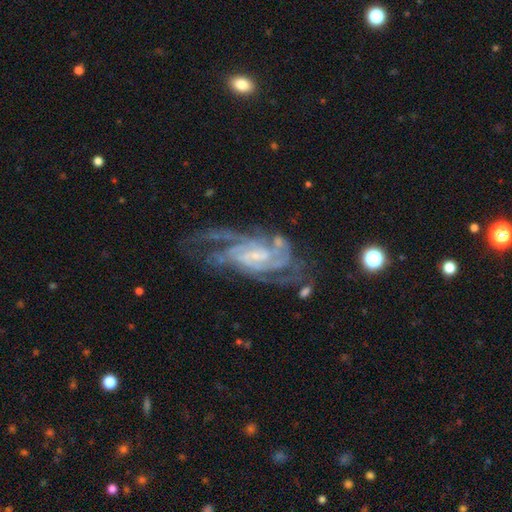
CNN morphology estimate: type=featured or disk (89%); edge-on=no (96%); bar=weak (44%); spiral arms=yes (97%); winding=tight (53%); arm count=3 (25%); bulge=small (69%); merging=none (59%).